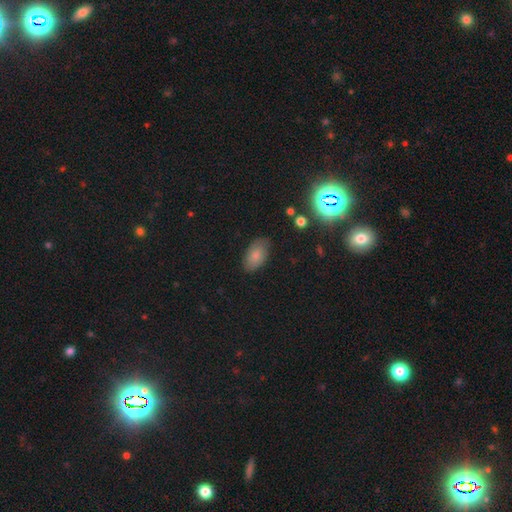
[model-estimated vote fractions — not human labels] A smooth galaxy with no disk features (79%) that is in between round and cigar-shaped (93%).

Vote fractions:
- Smooth or featured? smooth: 79% / featured or disk: 12% / star or artifact: 9%
- How rounded? in between: 93% / round: 5% / cigar-shaped: 2%
- Merging? none: 78% / minor disturbance: 16% / major disturbance: 4% / merger: 1%